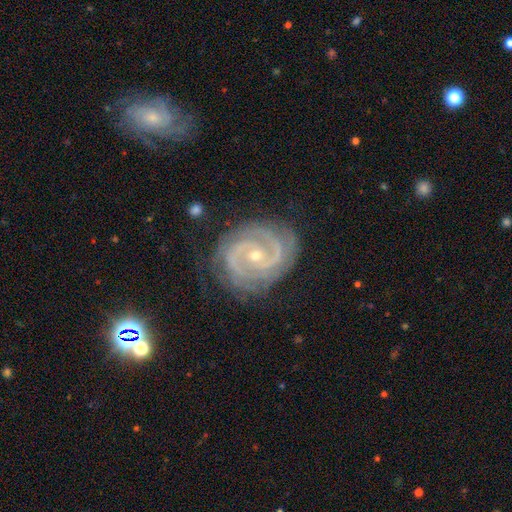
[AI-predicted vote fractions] A featured or disk galaxy (92%) with no bar (58%), 2 (73%) tight (62%) spiral arms (98%) and a small central bulge (69%). Merging: none (78%).